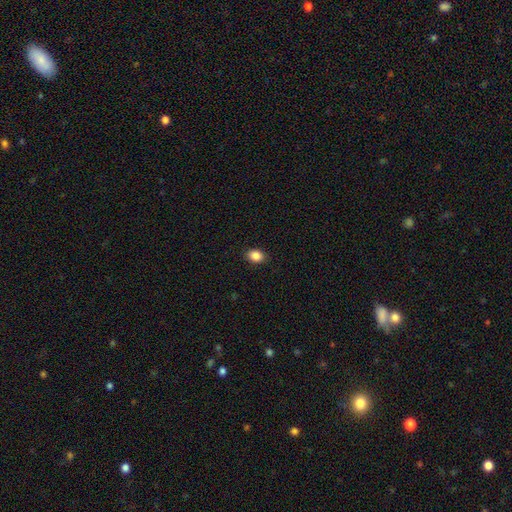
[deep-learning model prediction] The model was most divided on "how rounded": in between: 65%, round: 34%, cigar-shaped: 1%. More confident: merging — none (89%); smooth or featured — smooth (87%).